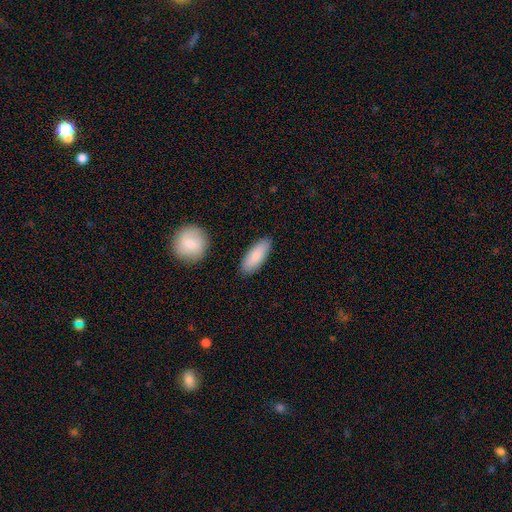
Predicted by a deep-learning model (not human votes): Smooth or featured? Predicted: smooth (p=0.86). How rounded? Predicted: in between (p=0.73). Merging? Predicted: none (p=0.85).